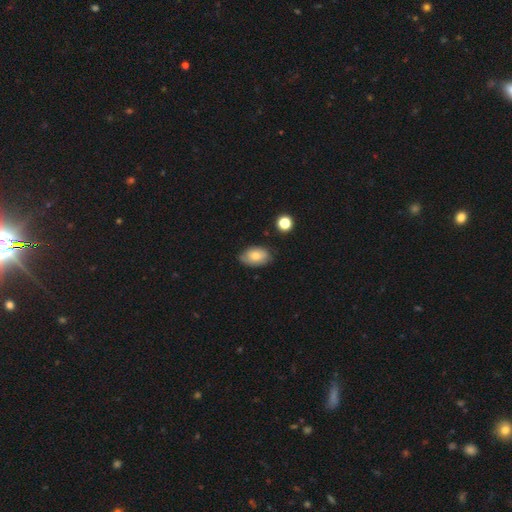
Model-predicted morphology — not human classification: smooth-or-featured: smooth: 73% | featured or disk: 19% | star or artifact: 8%
  how-rounded: in between: 88% | round: 11% | cigar-shaped: 1%
  merging: none: 72% | minor disturbance: 23% | major disturbance: 4% | merger: 2%